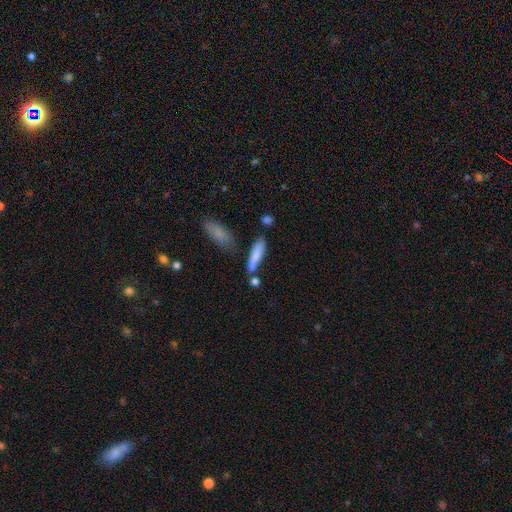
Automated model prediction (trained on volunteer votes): smooth_or_featured: smooth (p=0.77) [alt: featured or disk p=0.16]
how_rounded: cigar-shaped (p=0.67) [alt: in between p=0.30]
merging: none (p=0.56) [alt: minor disturbance p=0.20]